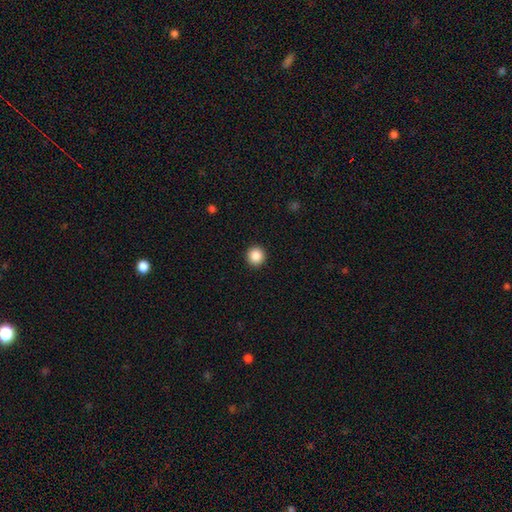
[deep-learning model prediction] Smooth or featured? Predicted: smooth (p=0.87). How rounded? Predicted: round (p=0.95). Merging? Predicted: none (p=0.93).